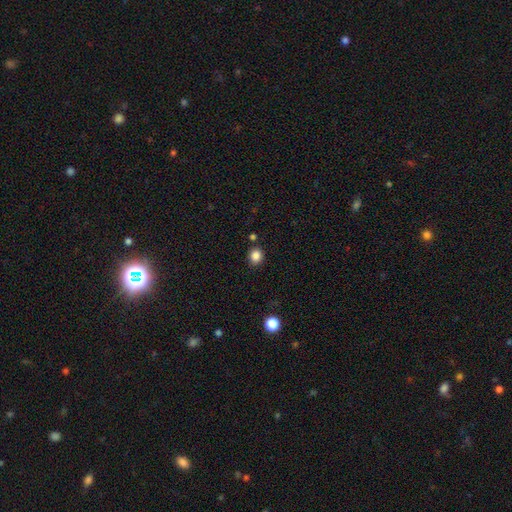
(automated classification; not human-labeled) Smooth or featured? smooth (85%)
How rounded? round (77%)
Merging? none (84%)